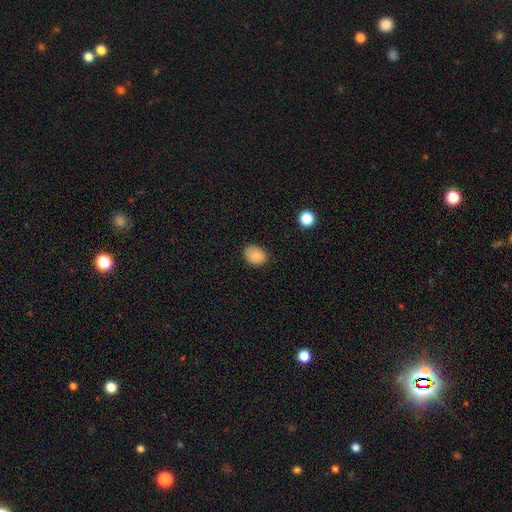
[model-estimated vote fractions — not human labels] smooth_or_featured: smooth (p=0.80) [alt: featured or disk p=0.11]
how_rounded: in between (p=0.53) [alt: round p=0.46]
merging: none (p=0.80) [alt: minor disturbance p=0.16]